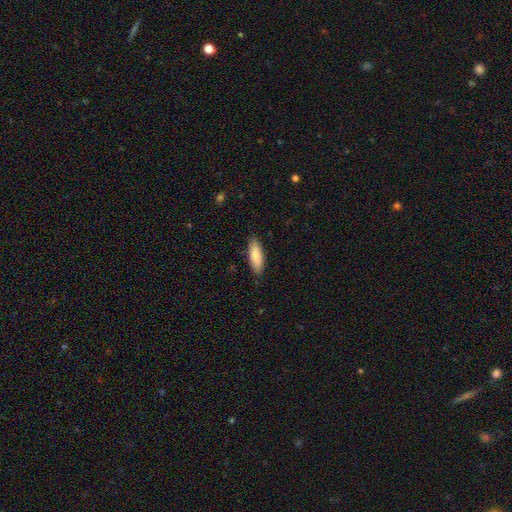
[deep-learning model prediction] Smooth or featured: smooth — 87% (featured or disk — 7%)
How rounded: in between — 58% (cigar-shaped — 41%)
Merging: none — 87% (minor disturbance — 10%)